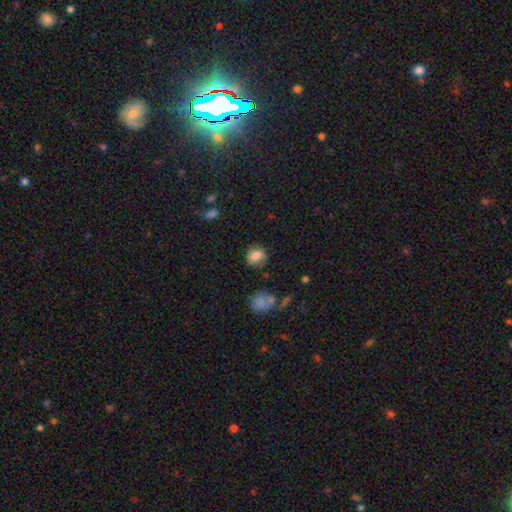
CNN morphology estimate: This appears to be a smooth galaxy with no disk features (72%) that is round (60%). Merging: none (71%).